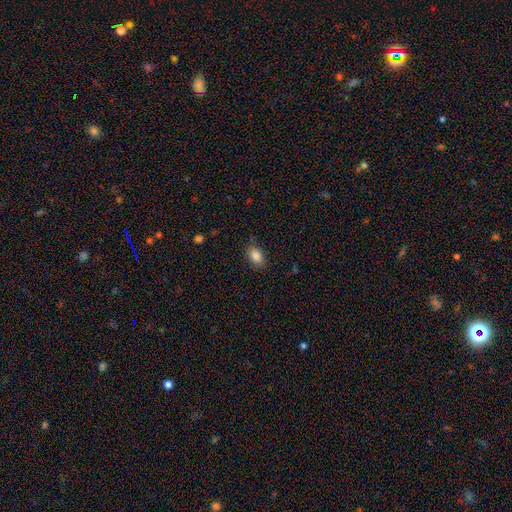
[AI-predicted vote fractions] smooth-or-featured: smooth: 87% | star or artifact: 8% | featured or disk: 5%
  how-rounded: in between: 85% | round: 13% | cigar-shaped: 1%
  merging: none: 82% | minor disturbance: 14% | major disturbance: 3% | merger: 1%